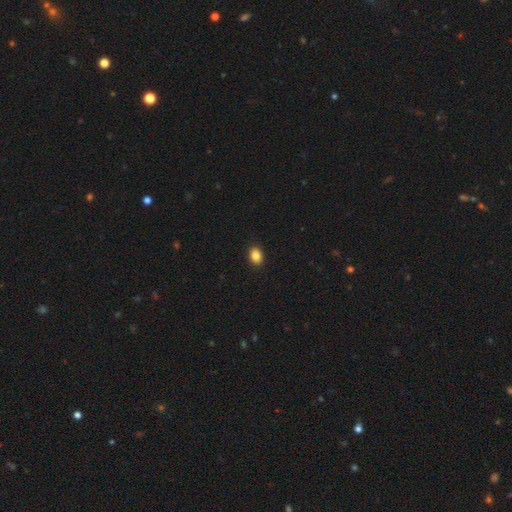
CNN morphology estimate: Smooth or featured: smooth — 86% (star or artifact — 9%)
How rounded: in between — 69% (round — 30%)
Merging: none — 91% (minor disturbance — 6%)